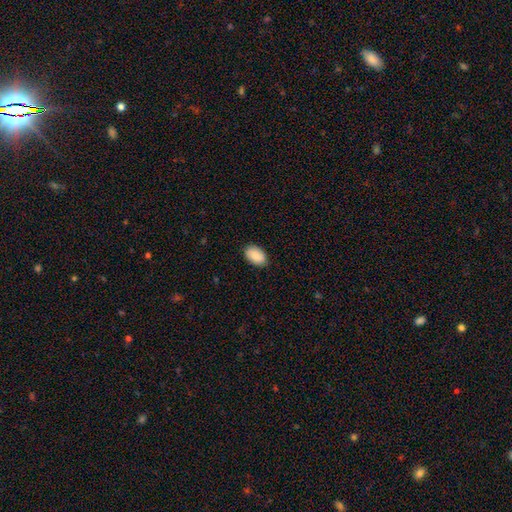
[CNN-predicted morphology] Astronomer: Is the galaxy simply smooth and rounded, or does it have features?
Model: smooth — 86%.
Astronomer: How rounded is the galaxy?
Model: in between — 90%.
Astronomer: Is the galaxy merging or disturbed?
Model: none — 87%.